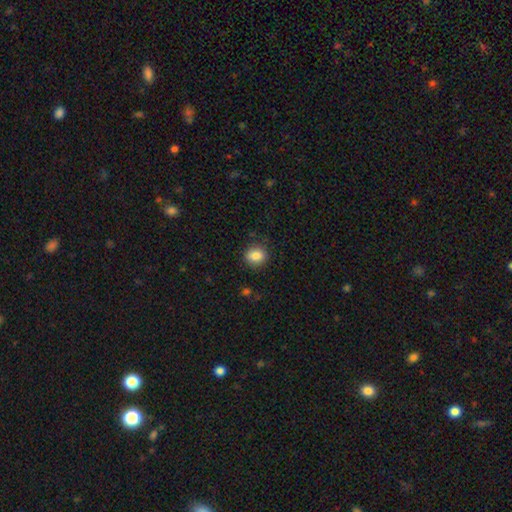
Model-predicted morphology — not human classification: A smooth galaxy with no disk features (85%) that is round (69%).

Vote fractions:
- Smooth or featured? smooth: 85% / star or artifact: 9% / featured or disk: 6%
- How rounded? round: 69% / in between: 30% / cigar-shaped: 1%
- Merging? none: 86% / minor disturbance: 10% / major disturbance: 3% / merger: 1%